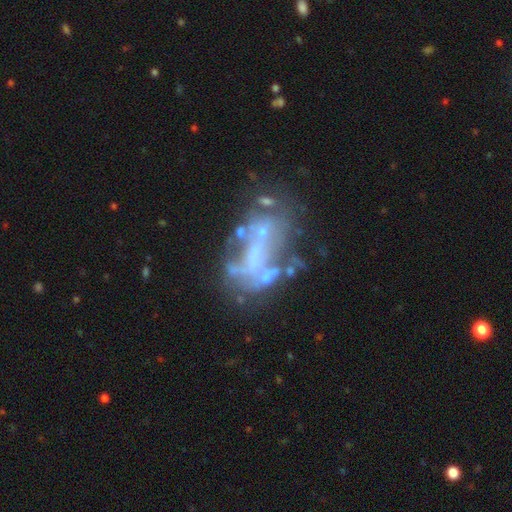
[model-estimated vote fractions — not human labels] Smooth or featured?
  - featured or disk: 69% *
  - star or artifact: 16%
  - smooth: 15%
Edge-on disk?
  - no: 96% *
  - yes: 4%
Bar?
  - no: 76% *
  - weak: 14%
  - strong: 9%
Spiral arms?
  - no: 86% *
  - yes: 14%
Bulge size?
  - none: 63% *
  - small: 23%
  - moderate: 11%
  - large: 2%
  - dominant: 1%
Merging?
  - none: 34% *
  - major disturbance: 28%
  - merger: 21%
  - minor disturbance: 16%